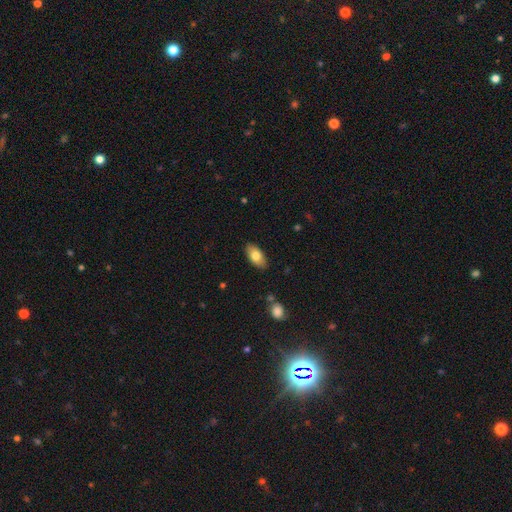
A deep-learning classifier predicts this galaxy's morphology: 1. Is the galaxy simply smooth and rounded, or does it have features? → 78% smooth, 15% featured or disk, 7% star or artifact.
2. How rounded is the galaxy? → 91% in between, 6% cigar-shaped, 3% round.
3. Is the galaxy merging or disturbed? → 86% none, 10% minor disturbance, 2% major disturbance, 1% merger.